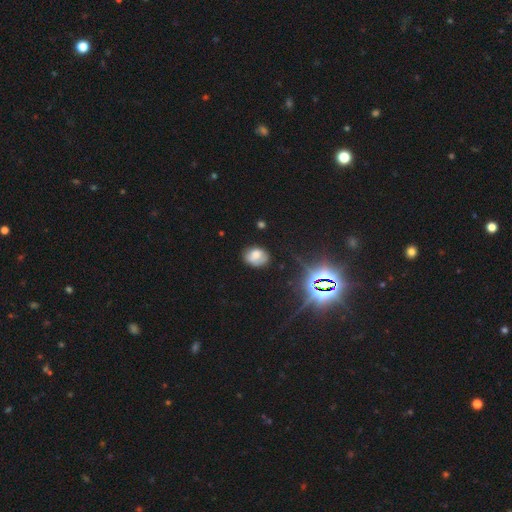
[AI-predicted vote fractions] Smooth or featured? smooth (71%)
How rounded? in between (64%)
Merging? none (68%)